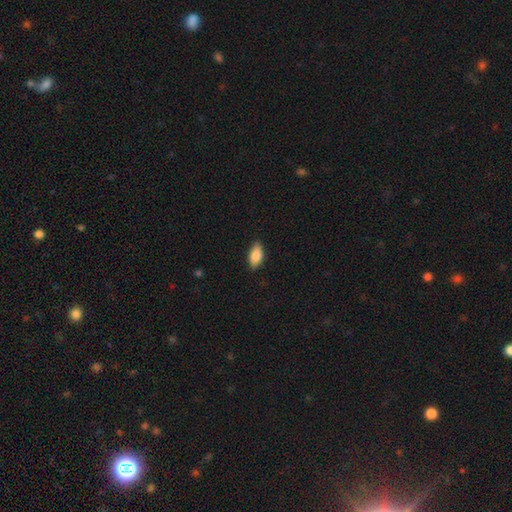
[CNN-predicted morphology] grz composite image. It shows a smooth galaxy with no disk features (83%) that is in between round and cigar-shaped (89%). Merging: none (85%).